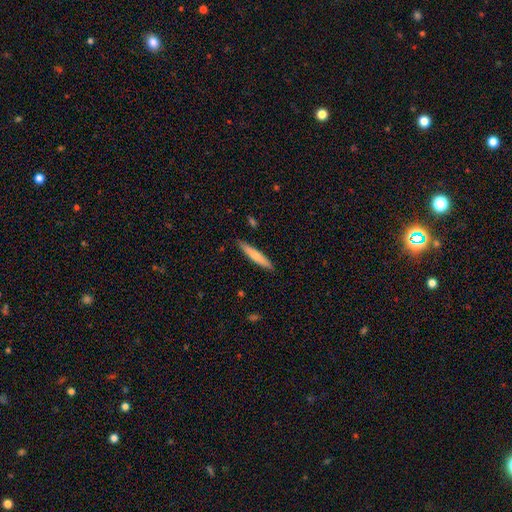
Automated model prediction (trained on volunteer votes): smooth 68%, featured or disk 27%, star or artifact 6%. Down the decision tree: how rounded — cigar-shaped (92%); merging — none (88%).